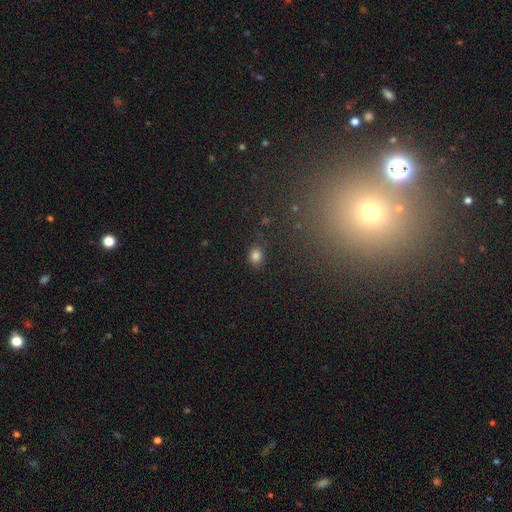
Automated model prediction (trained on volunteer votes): smooth 82%, star or artifact 12%, featured or disk 5%. Down the decision tree: how rounded — round (58%); merging — none (84%).